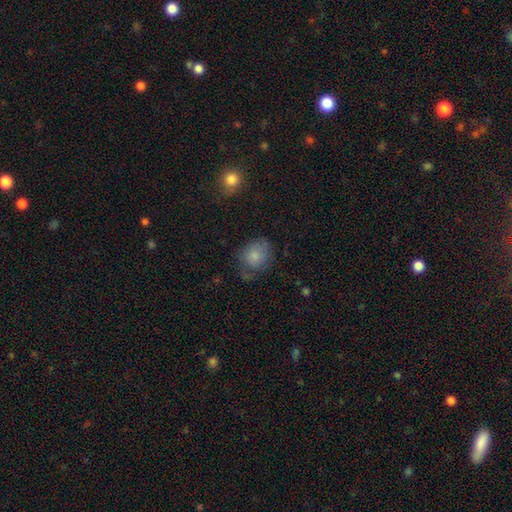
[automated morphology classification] The model was most divided on "how rounded": round: 56%, in between: 43%, cigar-shaped: 1%. More confident: smooth or featured — smooth (76%); merging — none (50%).